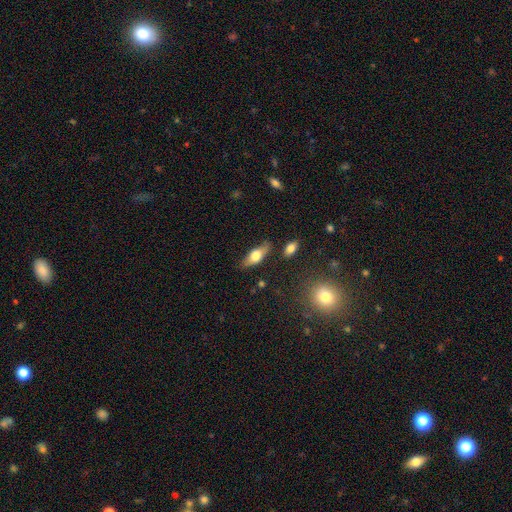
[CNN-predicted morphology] Overall: smooth (57%; featured or disk 36%). How rounded: in between (69%). Merging: none (74%).